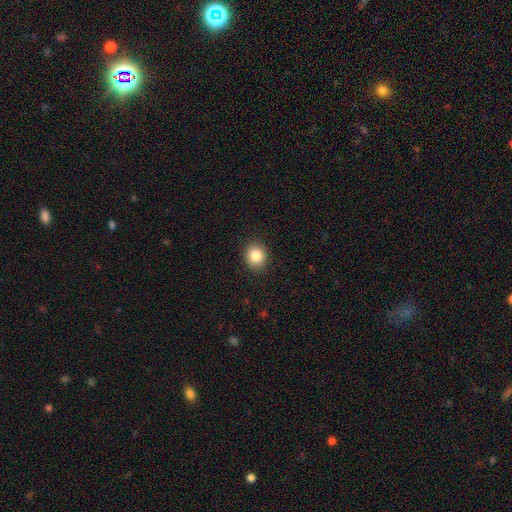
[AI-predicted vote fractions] smooth-or-featured: smooth: 85% | star or artifact: 10% | featured or disk: 5%
  how-rounded: round: 77% | in between: 23% | cigar-shaped: 1%
  merging: none: 91% | minor disturbance: 6% | major disturbance: 2% | merger: 1%